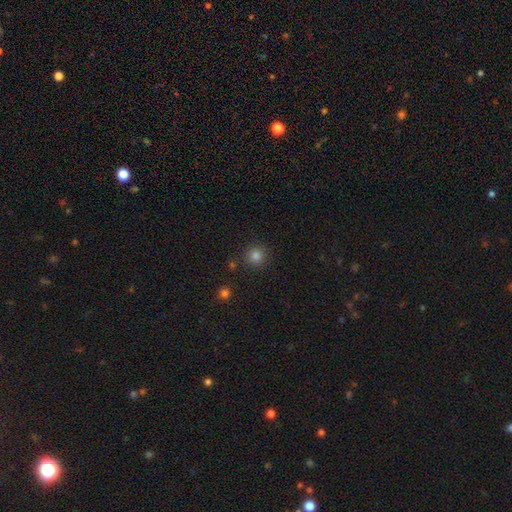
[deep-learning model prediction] Q: Smooth or featured?
A: smooth (83%); runner-up: star or artifact (13%)
Q: How rounded?
A: round (93%); runner-up: in between (6%)
Q: Merging?
A: none (87%); runner-up: minor disturbance (7%)